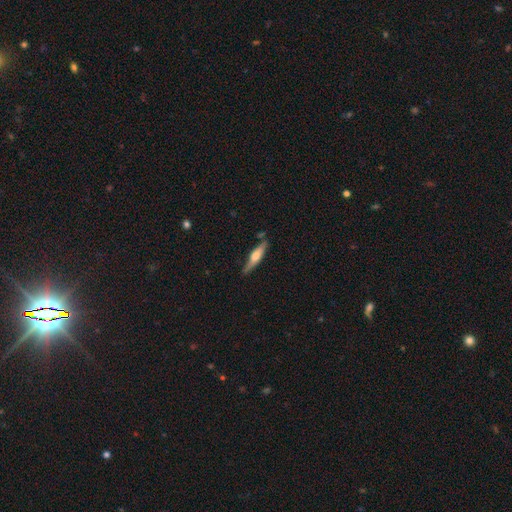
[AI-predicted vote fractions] Morphology: type=featured or disk (53%); edge-on=yes (92%); merging=none (78%).